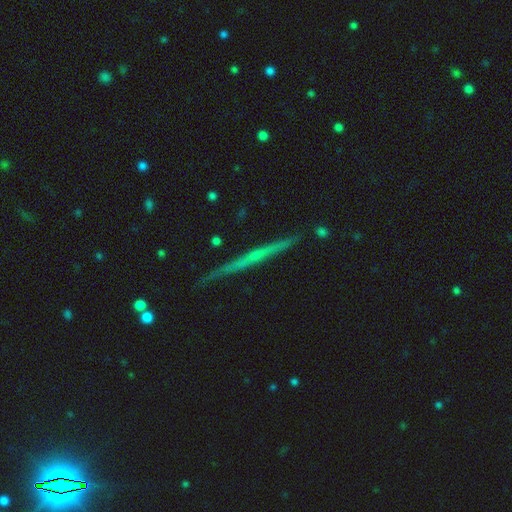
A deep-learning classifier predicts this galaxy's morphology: This appears to be a featured or disk galaxy (67%) viewed edge-on (98%) with no central bulge (72%). Merging: none (90%).